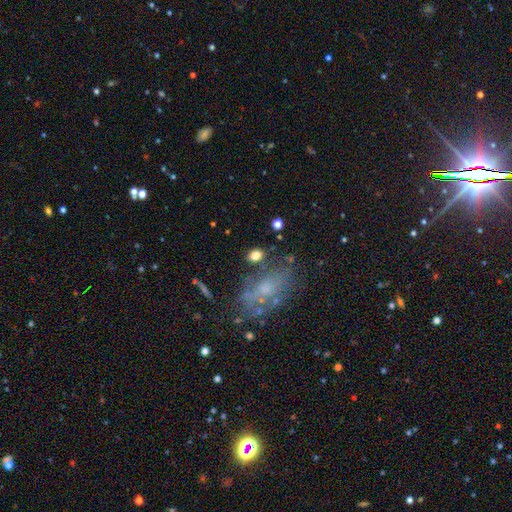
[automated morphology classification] Smooth or featured? Predicted: smooth (p=0.77). How rounded? Predicted: in between (p=0.69). Merging? Predicted: none (p=0.72).